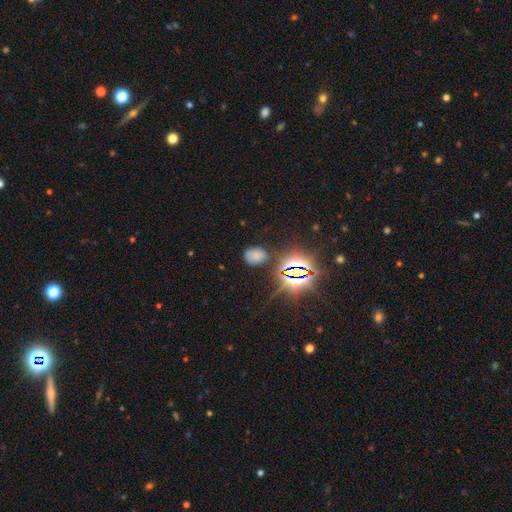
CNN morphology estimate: type=smooth (58%); roundness=in between (64%); merging=none (73%).